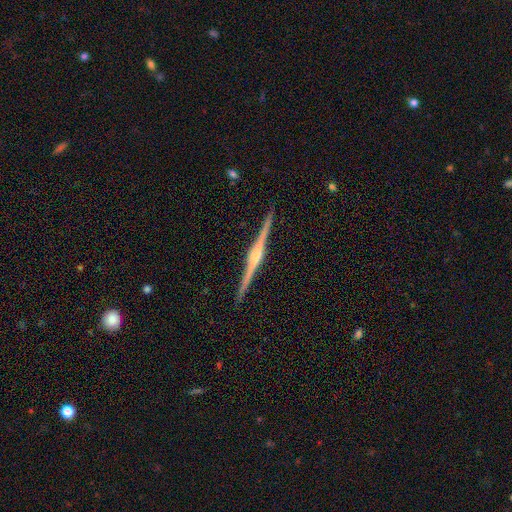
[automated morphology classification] A featured or disk galaxy (89%) viewed edge-on (99%) with a rounded central bulge (80%).

Vote fractions:
- Smooth or featured? featured or disk: 89% / smooth: 7% / star or artifact: 4%
- Edge-on disk? yes: 99% / no: 1%
- Edge-on bulge? rounded: 80% / boxy: 13% / none: 7%
- Merging? none: 92% / minor disturbance: 5% / major disturbance: 1% / merger: 1%